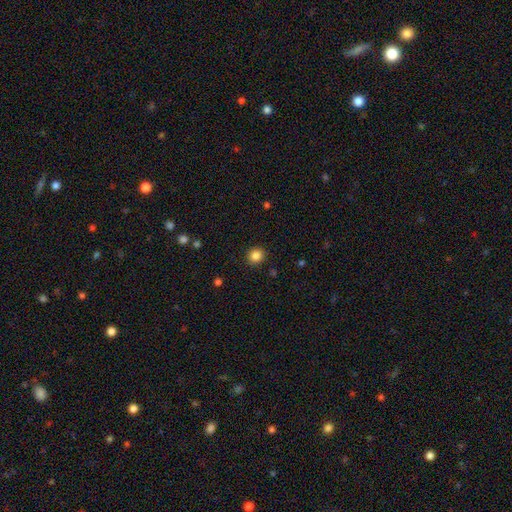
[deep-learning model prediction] This is clearly a smooth galaxy (85%). How rounded: clearly round (88%). Merging: clearly none (91%).